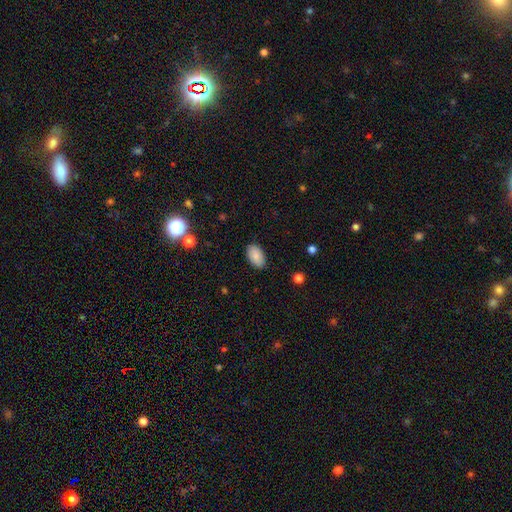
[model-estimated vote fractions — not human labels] Q: Smooth or featured?
A: smooth (86%); runner-up: star or artifact (7%)
Q: How rounded?
A: in between (93%); runner-up: round (5%)
Q: Merging?
A: none (87%); runner-up: minor disturbance (10%)